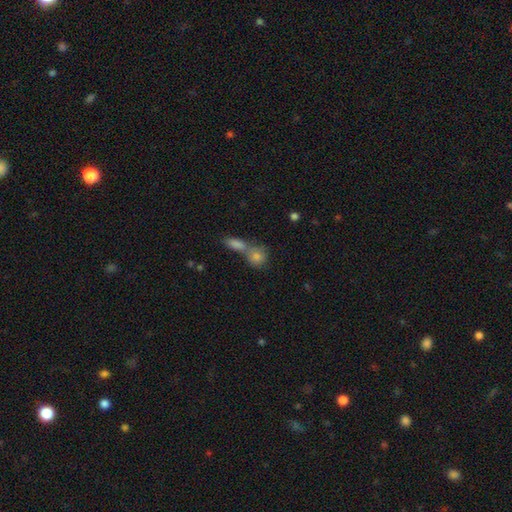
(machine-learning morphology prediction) A smooth galaxy with no disk features (71%) that is round (63%).

Vote fractions:
- Smooth or featured? smooth: 71% / featured or disk: 15% / star or artifact: 15%
- How rounded? round: 63% / in between: 31% / cigar-shaped: 6%
- Merging? merger: 49% / none: 40% / minor disturbance: 8% / major disturbance: 3%